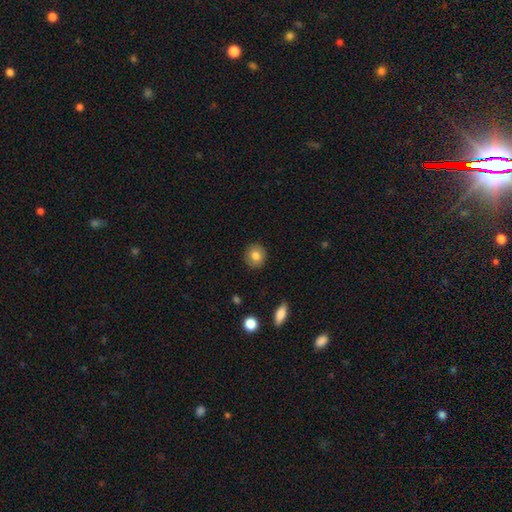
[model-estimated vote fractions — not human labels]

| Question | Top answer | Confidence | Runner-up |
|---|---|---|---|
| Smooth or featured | smooth | 81% | featured or disk (10%) |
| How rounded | round | 86% | in between (13%) |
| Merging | none | 89% | minor disturbance (8%) |